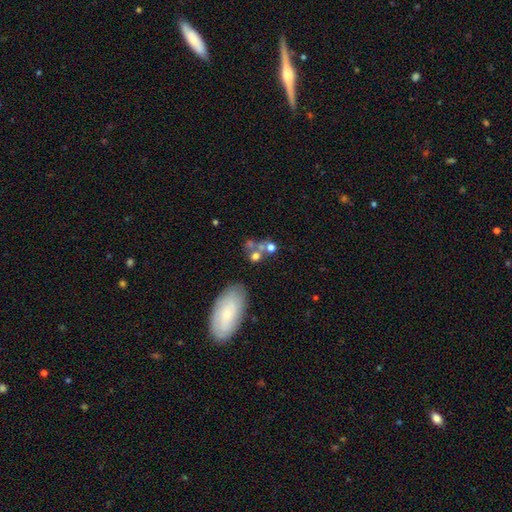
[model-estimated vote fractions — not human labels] Overall: smooth (61%; featured or disk 24%). How rounded: round (56%; in between 41%). Merging: none (43%; merger 36%).